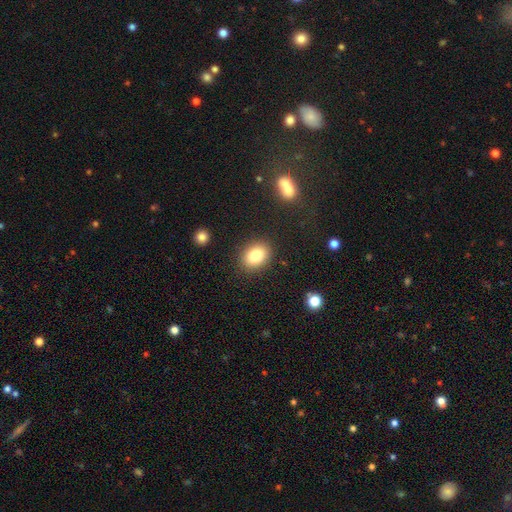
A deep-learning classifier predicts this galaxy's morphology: Overall: smooth (83%). How rounded: in between (65%; round 34%). Merging: none (87%).